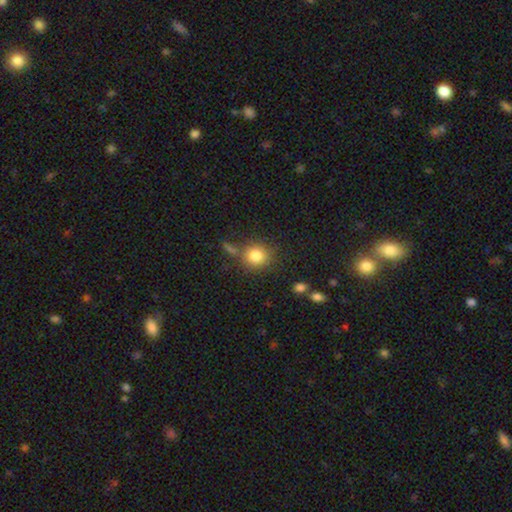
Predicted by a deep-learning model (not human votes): Smooth or featured? smooth (82%)
How rounded? round (87%)
Merging? none (73%)